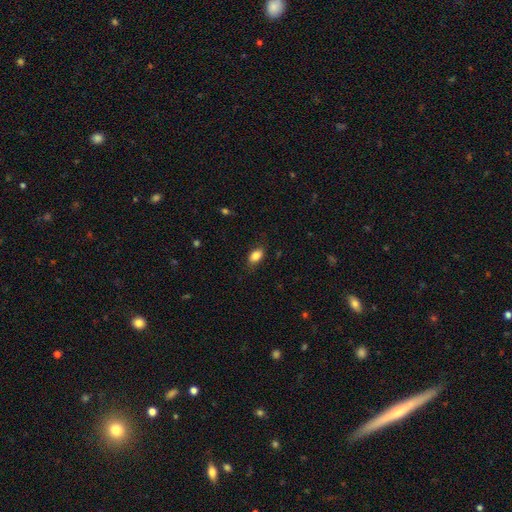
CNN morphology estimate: A smooth galaxy with no disk features (85%) that is in between round and cigar-shaped (87%).

Vote fractions:
- Smooth or featured? smooth: 85% / star or artifact: 8% / featured or disk: 7%
- How rounded? in between: 87% / round: 10% / cigar-shaped: 3%
- Merging? none: 78% / minor disturbance: 17% / major disturbance: 4% / merger: 1%